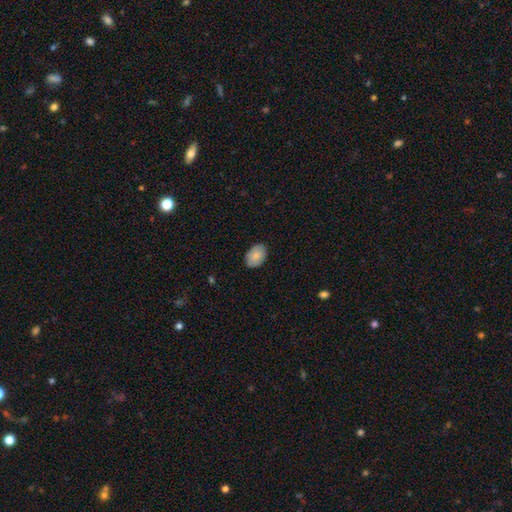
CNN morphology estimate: smooth-or-featured: smooth: 83% | featured or disk: 10% | star or artifact: 7%
  how-rounded: in between: 83% | round: 16% | cigar-shaped: 1%
  merging: none: 84% | minor disturbance: 13% | major disturbance: 2% | merger: 1%